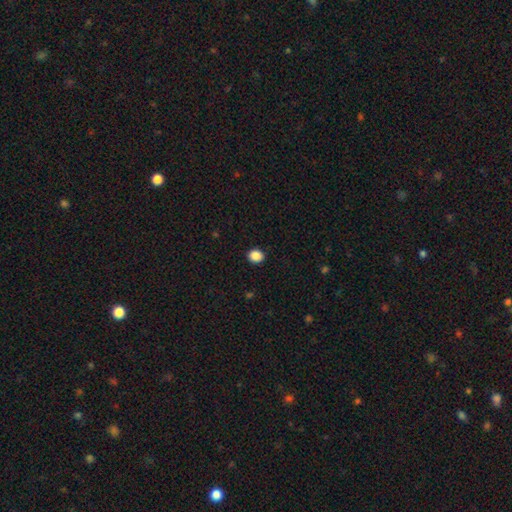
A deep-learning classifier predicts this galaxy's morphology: Overall: smooth (88%). How rounded: round (67%; in between 32%). Merging: none (91%).